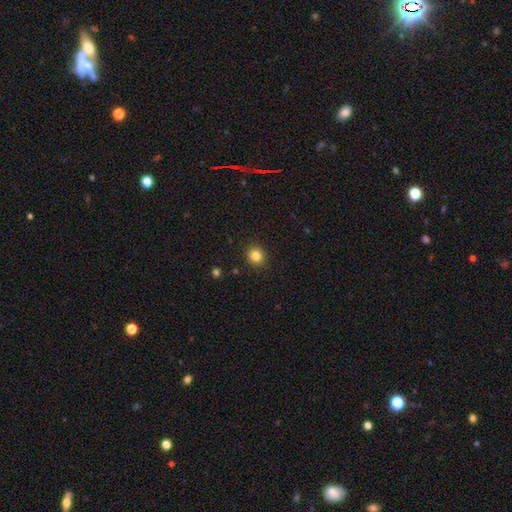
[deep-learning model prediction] The model was most divided on "smooth or featured": smooth: 83%, star or artifact: 12%, featured or disk: 5%. More confident: merging — none (92%); how rounded — round (89%).